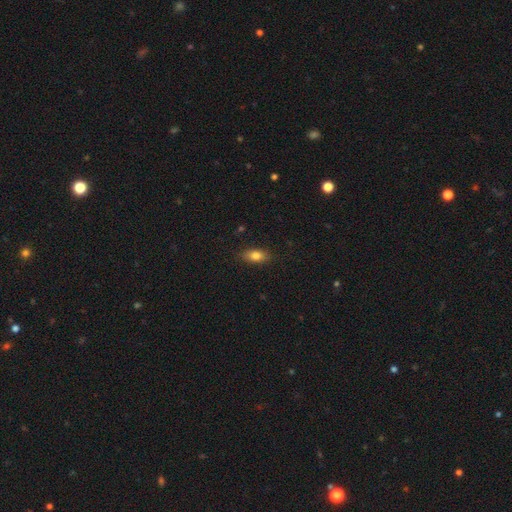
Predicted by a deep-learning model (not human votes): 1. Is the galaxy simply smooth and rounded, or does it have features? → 81% smooth, 11% featured or disk, 9% star or artifact.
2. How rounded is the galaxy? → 85% in between, 8% cigar-shaped, 7% round.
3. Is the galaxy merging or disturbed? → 86% none, 11% minor disturbance, 2% major disturbance, 1% merger.